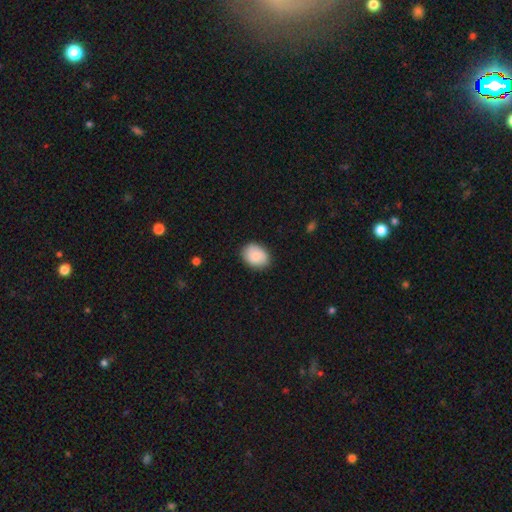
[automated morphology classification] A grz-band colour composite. It shows a smooth galaxy with no disk features (84%) that is in between round and cigar-shaped (66%). Merging: none (84%).